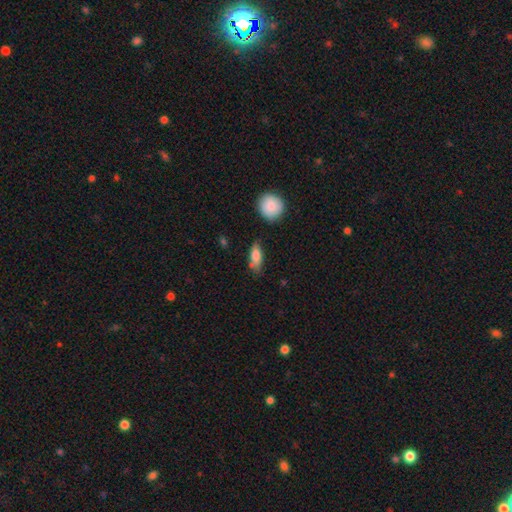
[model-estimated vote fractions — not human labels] smooth-or-featured: smooth: 81% | featured or disk: 12% | star or artifact: 7%
  how-rounded: in between: 74% | cigar-shaped: 22% | round: 4%
  merging: none: 64% | minor disturbance: 25% | merger: 6% | major disturbance: 6%